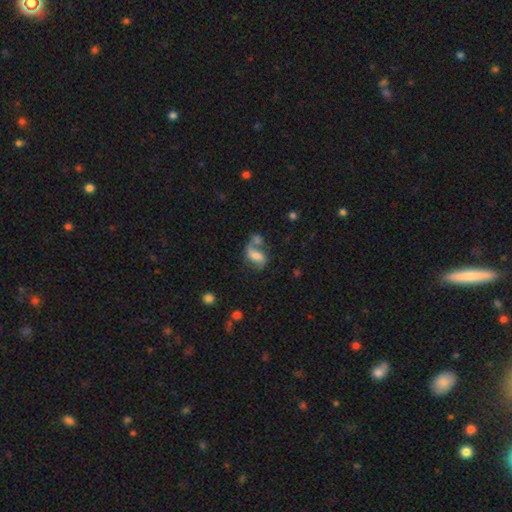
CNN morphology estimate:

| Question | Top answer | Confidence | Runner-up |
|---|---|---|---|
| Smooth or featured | featured or disk | 57% | smooth (33%) |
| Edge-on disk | no | 96% | yes (4%) |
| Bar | no | 42% | weak (39%) |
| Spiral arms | yes | 82% | no (18%) |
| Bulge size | moderate | 42% | small (26%) |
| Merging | merger | 36% | none (33%) |